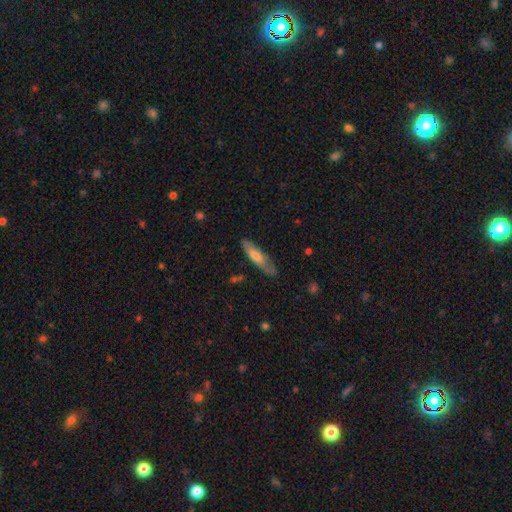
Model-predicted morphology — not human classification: Overall: smooth (55%; featured or disk 38%). How rounded: cigar-shaped (66%; in between 32%). Merging: none (74%).